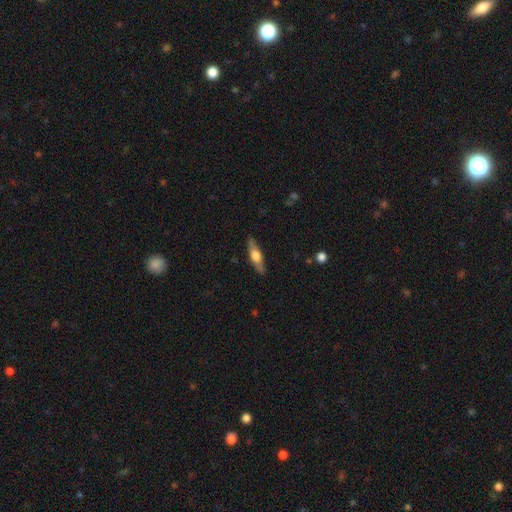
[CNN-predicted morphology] smooth-or-featured: featured or disk: 53% | smooth: 42% | star or artifact: 5%
  disk-edge-on: yes: 90% | no: 10%
  merging: none: 87% | minor disturbance: 10% | major disturbance: 2% | merger: 1%